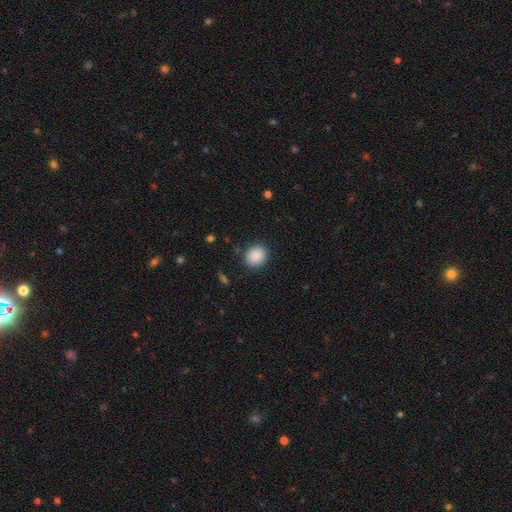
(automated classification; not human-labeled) Morphology: type=smooth (89%); roundness=round (72%); merging=none (88%).